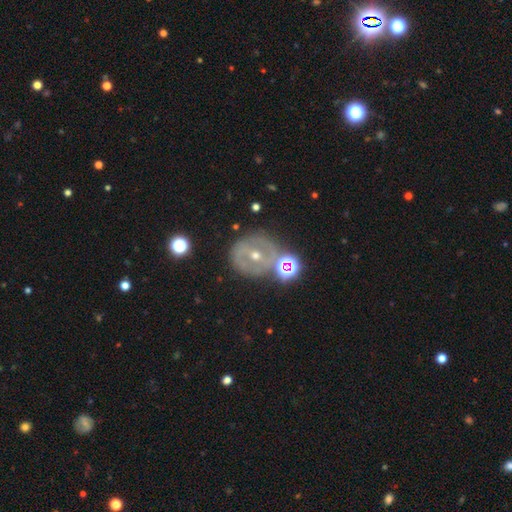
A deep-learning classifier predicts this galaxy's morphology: Smooth or featured? featured or disk (63%)
Edge-on disk? no (95%)
Bar? weak (36%)
Spiral arms? yes (56%)
Bulge size? small (51%)
Merging? none (68%)